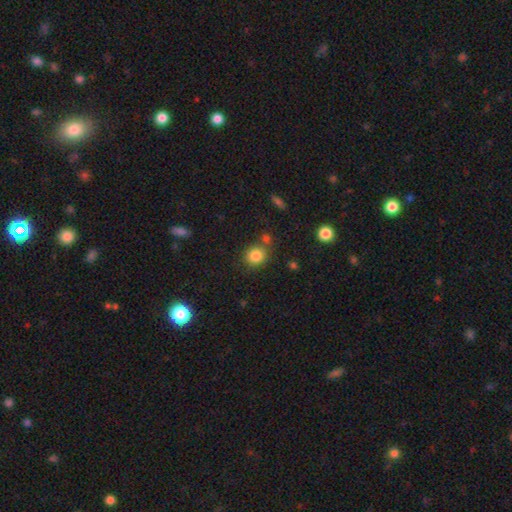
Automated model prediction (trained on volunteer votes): This is clearly a smooth galaxy (84%). How rounded: clearly round (82%). Merging: likely none (72%).